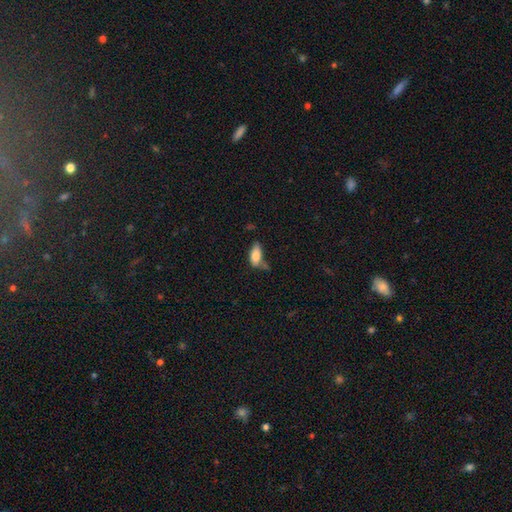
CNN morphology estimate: A smooth galaxy with no disk features (77%) that is in between round and cigar-shaped (83%). Merging: none (43%).